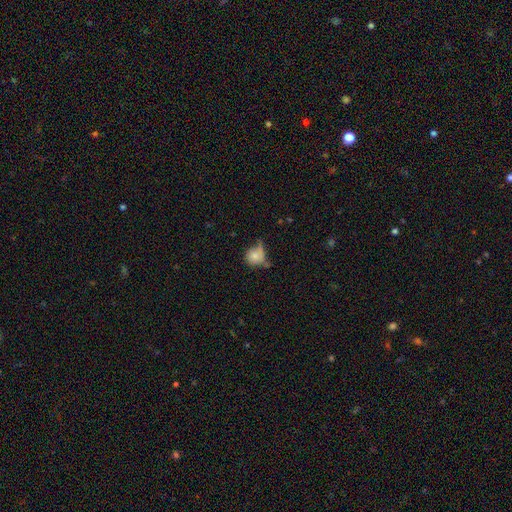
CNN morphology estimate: Overall: smooth (71%). How rounded: round (78%). Merging: none (37%; minor disturbance 30%).